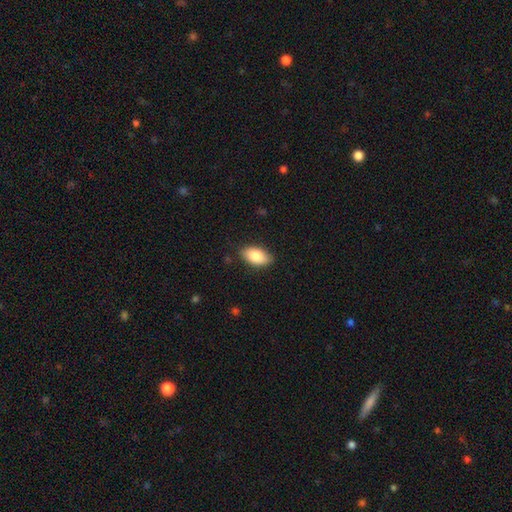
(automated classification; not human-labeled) smooth_or_featured: smooth (p=0.84) [alt: featured or disk p=0.10]
how_rounded: in between (p=0.93) [alt: round p=0.04]
merging: none (p=0.85) [alt: minor disturbance p=0.12]